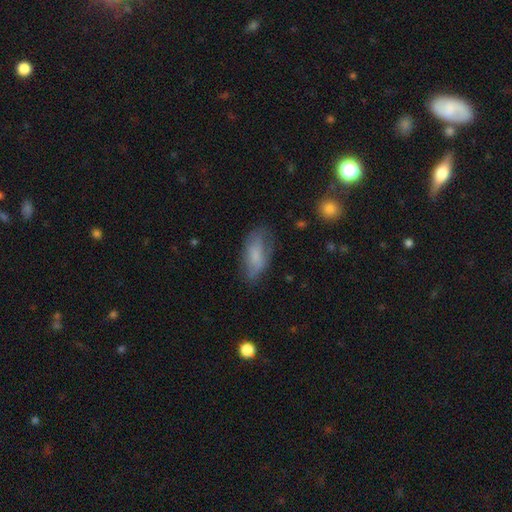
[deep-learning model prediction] smooth 68%, featured or disk 24%, star or artifact 8%. Down the decision tree: how rounded — in between (87%); merging — none (58%).